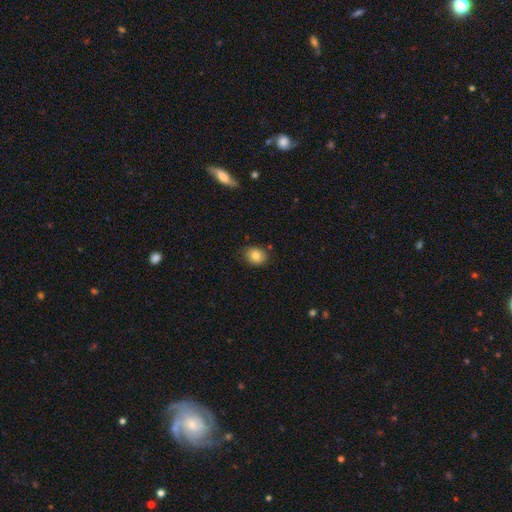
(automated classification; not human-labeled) Smooth or featured? Predicted: smooth (p=0.82). How rounded? Predicted: round (p=0.55). Merging? Predicted: none (p=0.84).